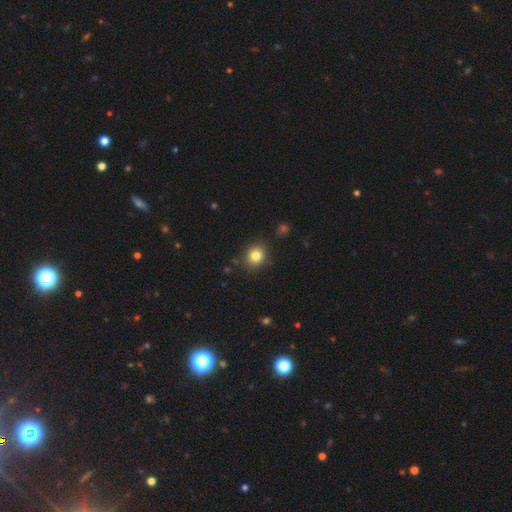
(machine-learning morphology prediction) Overall: smooth (82%). How rounded: round (76%). Merging: none (87%).